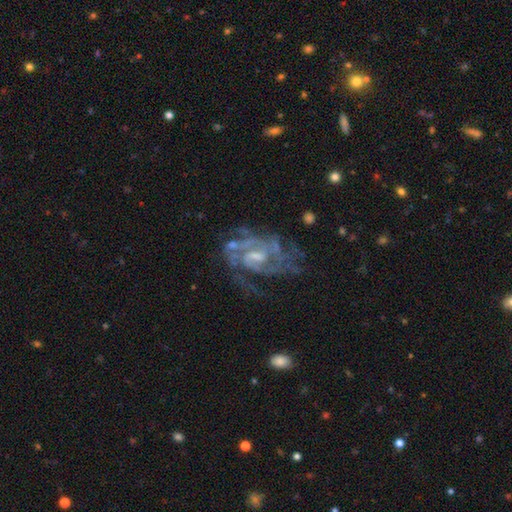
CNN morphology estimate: featured or disk 87%, star or artifact 7%, smooth 6%. Down the decision tree: edge-on disk — no (97%); bar — weak (53%); spiral arms — yes (93%); spiral arm count — 2 (38%); spiral winding — medium (44%, tied with tight); bulge size — moderate (41%); merging — none (52%).